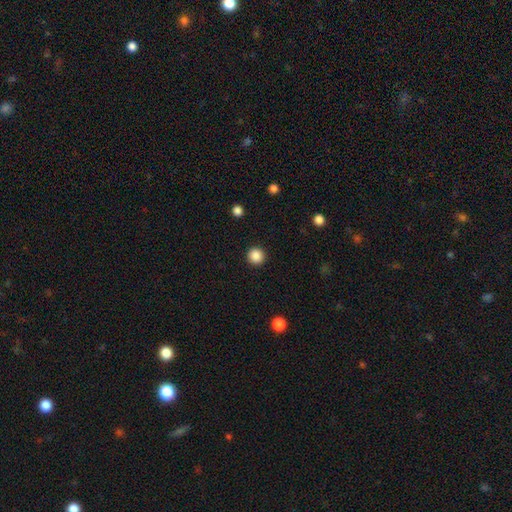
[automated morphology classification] smooth-or-featured: smooth: 87% | star or artifact: 10% | featured or disk: 3%
  how-rounded: round: 95% | in between: 4% | cigar-shaped: 1%
  merging: none: 93% | minor disturbance: 4% | major disturbance: 2% | merger: 1%